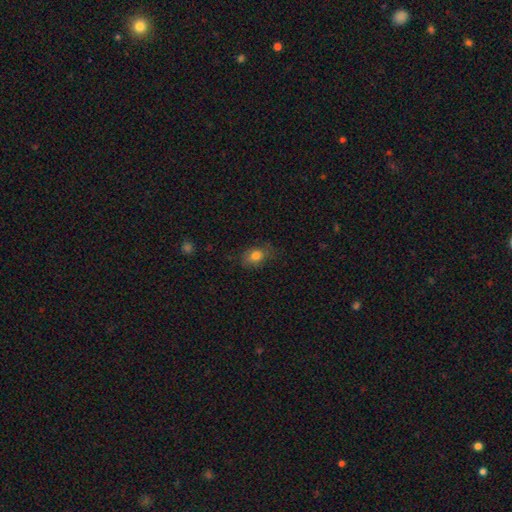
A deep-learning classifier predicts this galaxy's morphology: Overall: smooth (80%). How rounded: in between (65%; round 34%). Merging: none (70%).